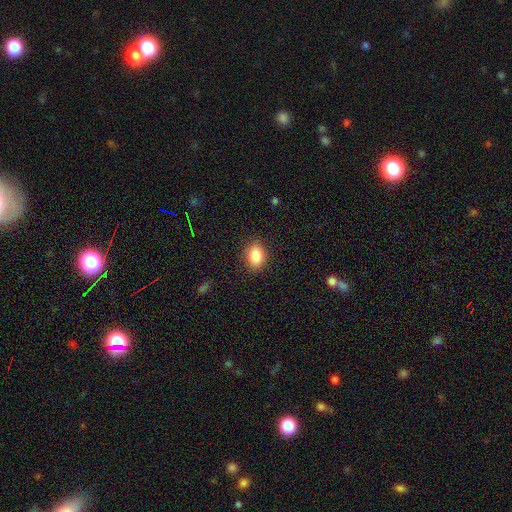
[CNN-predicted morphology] The model was most divided on "how rounded": in between: 73%, round: 26%, cigar-shaped: 1%. More confident: merging — none (86%); smooth or featured — smooth (86%).